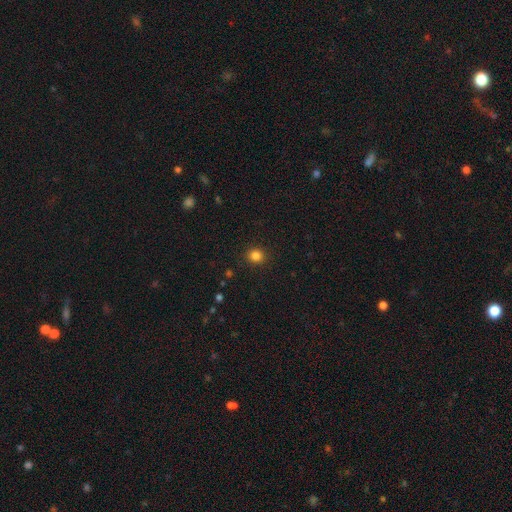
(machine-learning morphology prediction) Smooth or featured: smooth — 84% (star or artifact — 12%)
How rounded: round — 84% (in between — 15%)
Merging: none — 91% (minor disturbance — 6%)